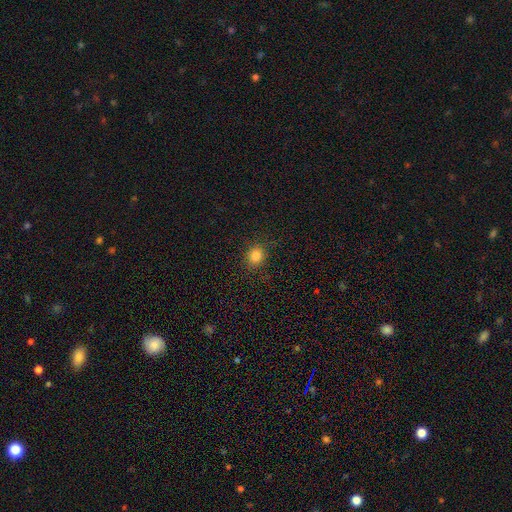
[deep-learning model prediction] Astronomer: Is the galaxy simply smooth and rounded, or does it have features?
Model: smooth — 83%.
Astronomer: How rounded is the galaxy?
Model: round — 72%.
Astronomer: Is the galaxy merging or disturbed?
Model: none — 86%.